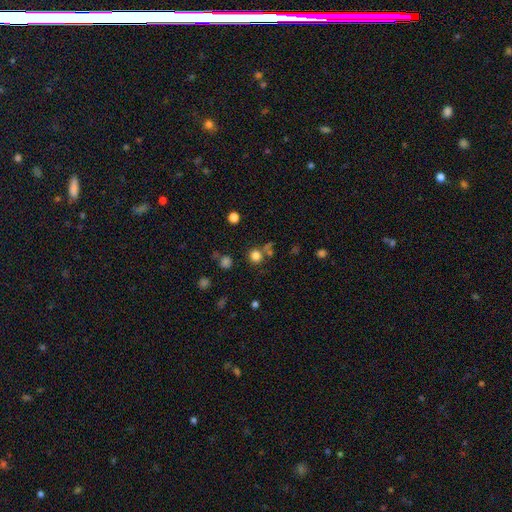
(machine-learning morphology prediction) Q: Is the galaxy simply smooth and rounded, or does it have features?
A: smooth — 77%.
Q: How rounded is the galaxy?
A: round — 91%.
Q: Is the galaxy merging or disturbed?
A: none — 71%.